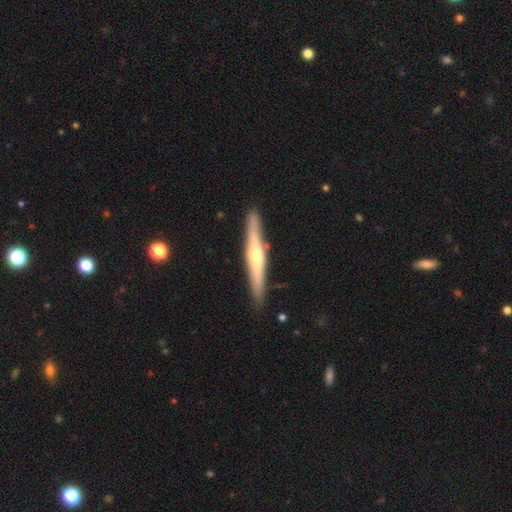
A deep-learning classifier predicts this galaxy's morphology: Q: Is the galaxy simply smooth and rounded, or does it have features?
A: featured or disk — 65%.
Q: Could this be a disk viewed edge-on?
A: yes — 95%.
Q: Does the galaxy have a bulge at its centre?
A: rounded — 83%.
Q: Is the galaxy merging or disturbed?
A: none — 89%.